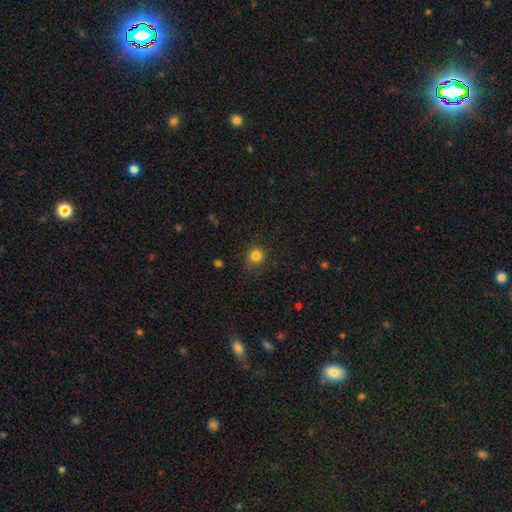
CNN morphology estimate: A smooth galaxy with no disk features (83%) that is round (86%).

Vote fractions:
- Smooth or featured? smooth: 83% / star or artifact: 12% / featured or disk: 5%
- How rounded? round: 86% / in between: 13% / cigar-shaped: 1%
- Merging? none: 77% / minor disturbance: 17% / major disturbance: 5% / merger: 1%